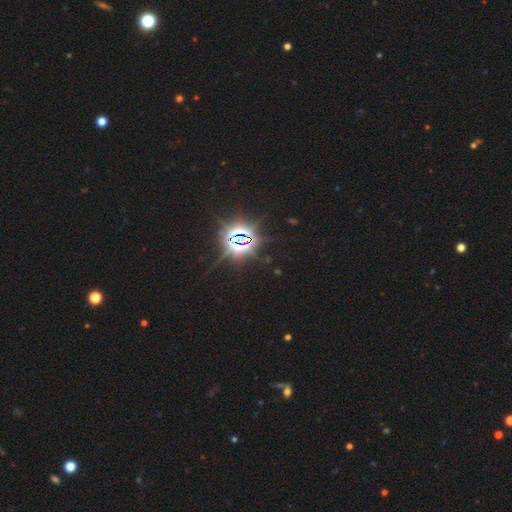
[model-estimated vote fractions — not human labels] Smooth or featured? star or artifact (84%)